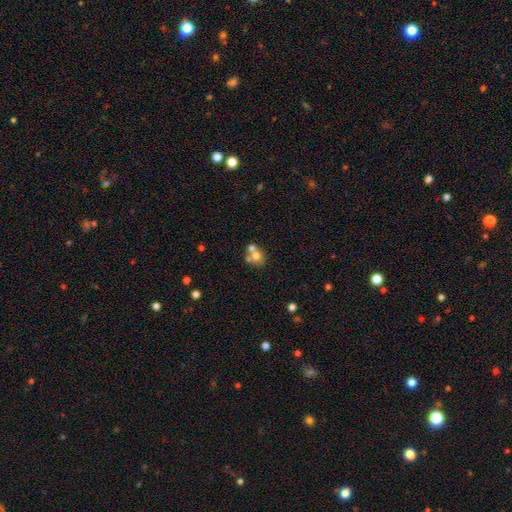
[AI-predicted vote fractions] Q: Smooth or featured?
A: smooth (64%); runner-up: featured or disk (23%)
Q: How rounded?
A: round (74%); runner-up: in between (25%)
Q: Merging?
A: merger (45%); runner-up: none (43%)